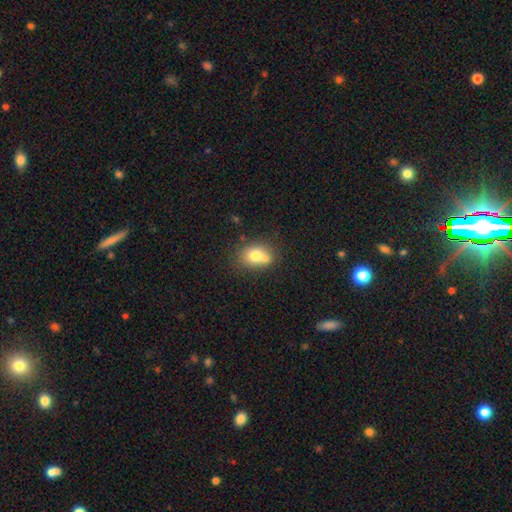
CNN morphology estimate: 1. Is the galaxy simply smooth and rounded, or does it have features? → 73% smooth, 17% featured or disk, 10% star or artifact.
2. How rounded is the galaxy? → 56% in between, 43% round, 1% cigar-shaped.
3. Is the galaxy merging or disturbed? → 44% none, 35% merger, 16% minor disturbance, 5% major disturbance.